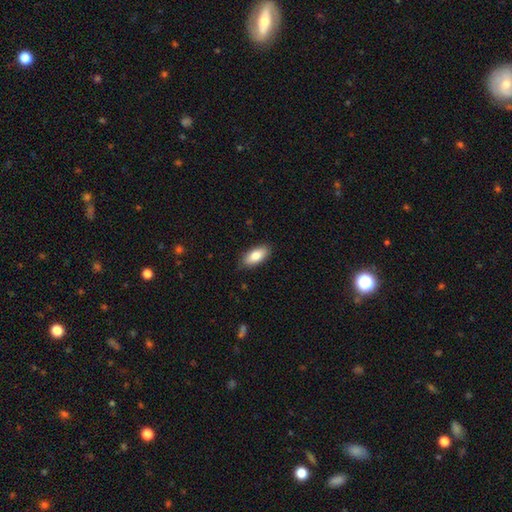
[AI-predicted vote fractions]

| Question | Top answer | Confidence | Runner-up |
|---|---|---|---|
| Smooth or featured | smooth | 82% | featured or disk (12%) |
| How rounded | in between | 89% | cigar-shaped (8%) |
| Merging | none | 86% | minor disturbance (11%) |